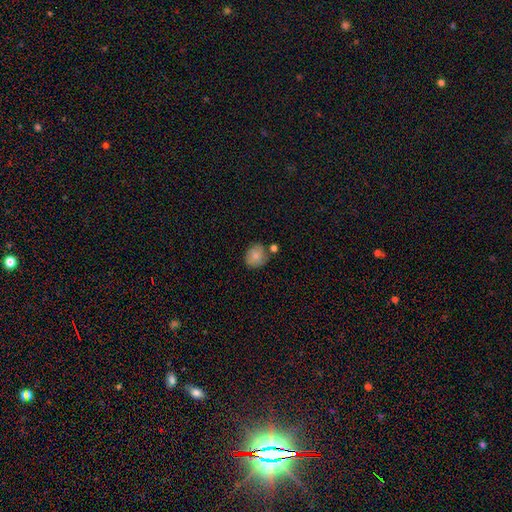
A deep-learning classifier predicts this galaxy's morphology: Smooth or featured? smooth (82%)
How rounded? round (70%)
Merging? none (65%)